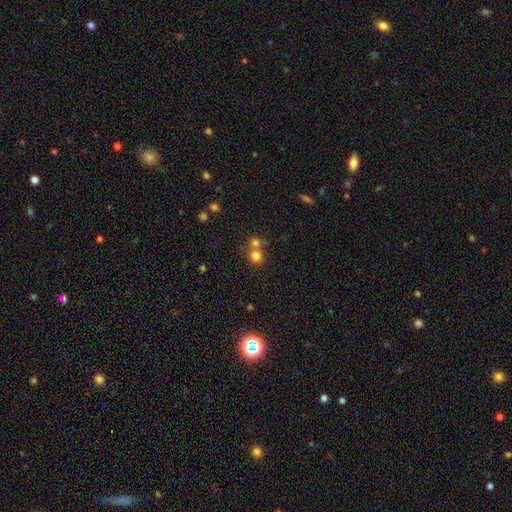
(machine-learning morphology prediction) This is likely a smooth galaxy (77%). How rounded: clearly round (88%). Merging: possibly none (48%).